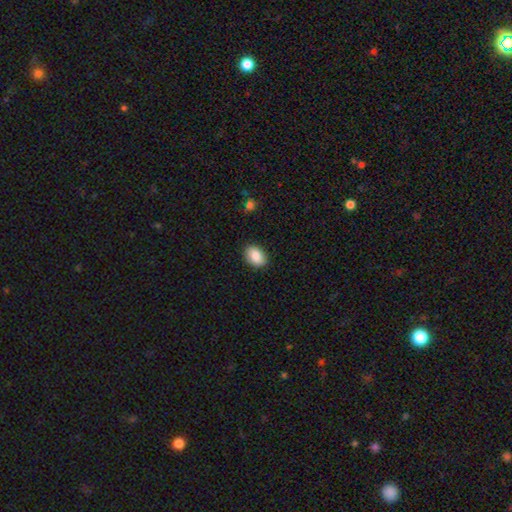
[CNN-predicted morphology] Smooth or featured? smooth (88%)
How rounded? in between (84%)
Merging? none (88%)